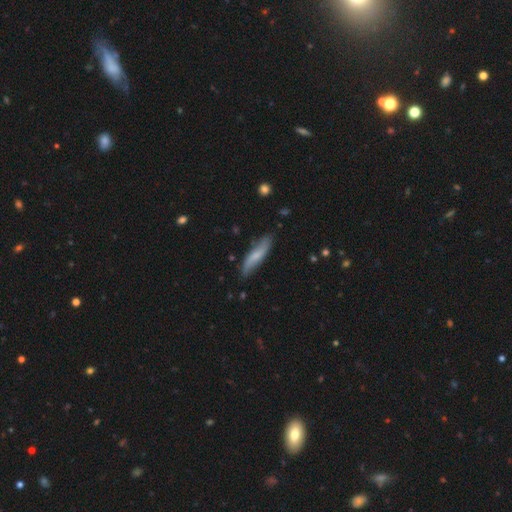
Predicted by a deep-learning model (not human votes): smooth 59%, featured or disk 35%, star or artifact 6%. Down the decision tree: how rounded — cigar-shaped (74%); merging — none (78%).